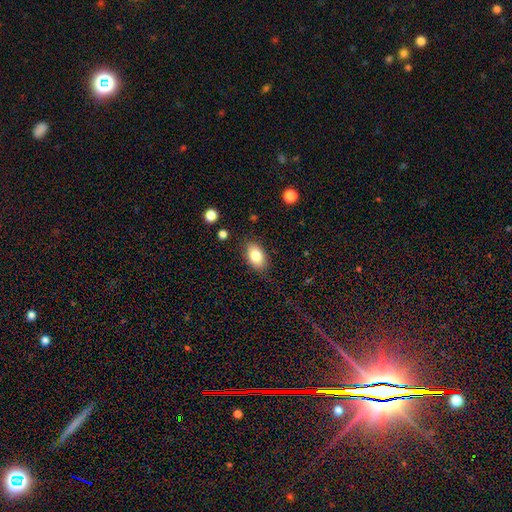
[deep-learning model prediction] This is clearly a smooth galaxy (82%). How rounded: clearly in between (90%). Merging: clearly none (83%).